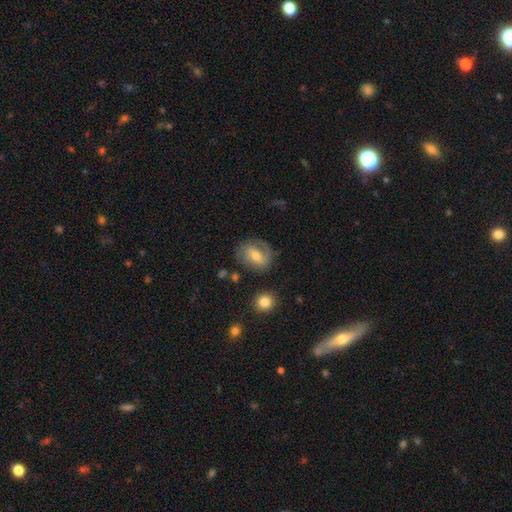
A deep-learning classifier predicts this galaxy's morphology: This is possibly a featured or disk galaxy (52%). It is clearly not viewed edge-on (95%). Merging: likely none (70%).